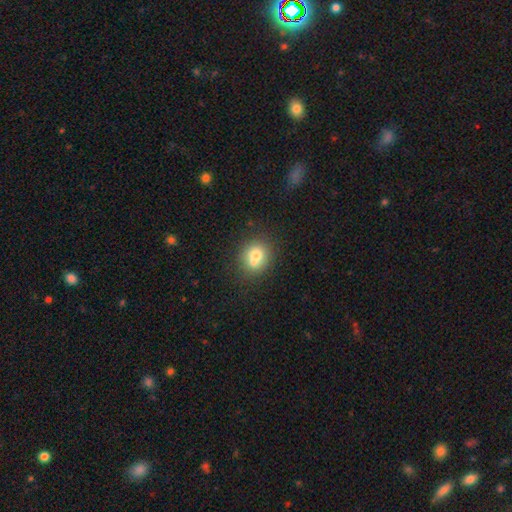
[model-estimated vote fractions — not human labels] This is likely a smooth galaxy (71%). How rounded: likely round (70%). Merging: possibly none (52%).